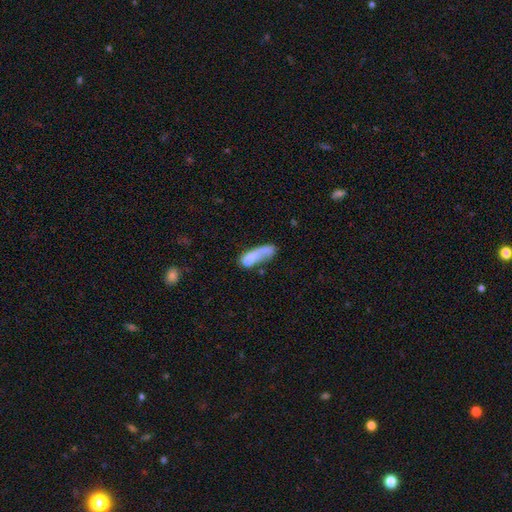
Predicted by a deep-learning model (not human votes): Smooth or featured? Predicted: smooth (p=0.58). How rounded? Predicted: cigar-shaped (p=0.49). Merging? Predicted: none (p=0.32).